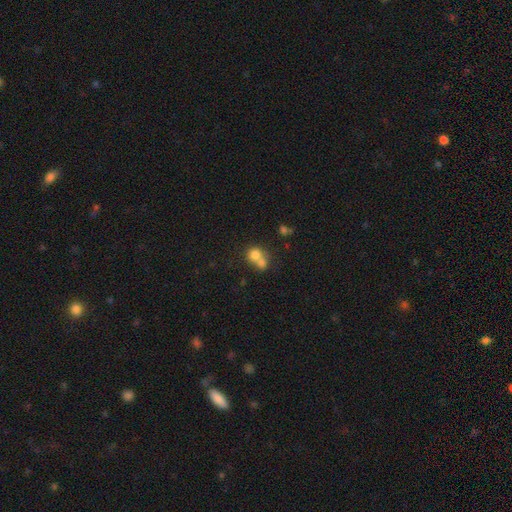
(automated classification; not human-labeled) Overall: smooth (73%). How rounded: round (77%). Merging: merger (62%; none 29%).